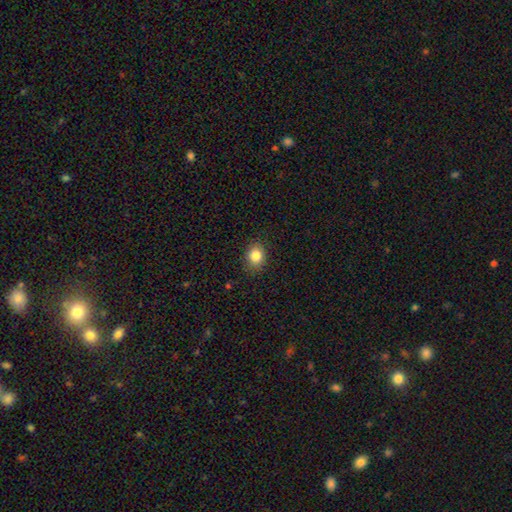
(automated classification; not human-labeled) smooth 84%, star or artifact 10%, featured or disk 6%. Down the decision tree: how rounded — round (56%); merging — none (86%).